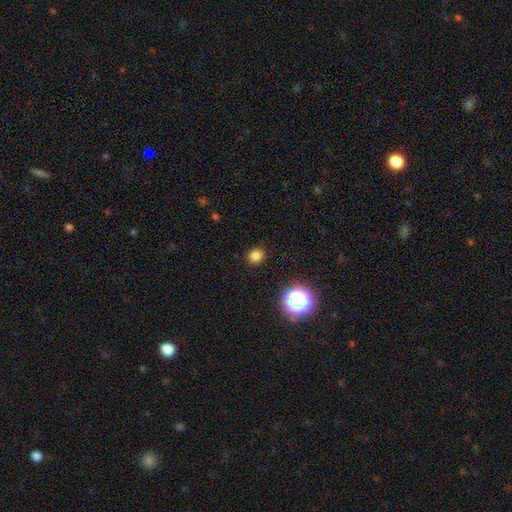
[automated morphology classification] Q: Smooth or featured?
A: smooth (80%); runner-up: star or artifact (16%)
Q: How rounded?
A: round (85%); runner-up: in between (14%)
Q: Merging?
A: none (90%); runner-up: minor disturbance (6%)